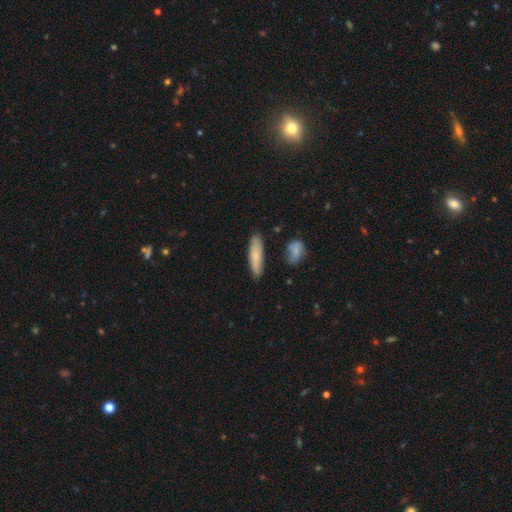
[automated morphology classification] This is likely a smooth galaxy (69%). How rounded: likely cigar-shaped (66%). Merging: likely none (78%).